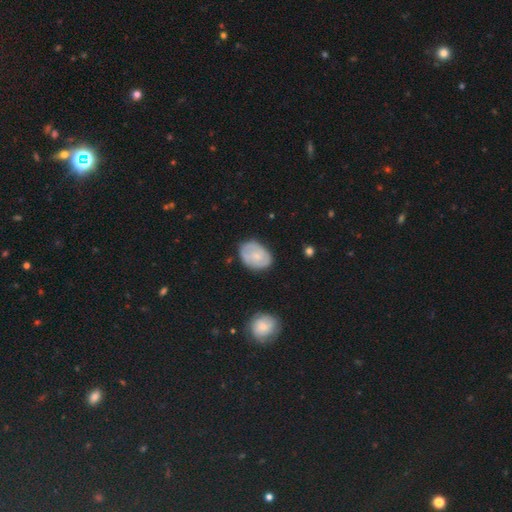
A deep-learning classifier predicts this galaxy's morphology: Smooth or featured? smooth (49%)
Merging? none (73%)